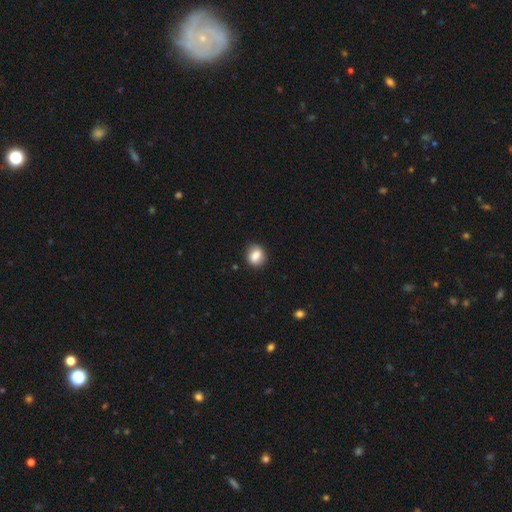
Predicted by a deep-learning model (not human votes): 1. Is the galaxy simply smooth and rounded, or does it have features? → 81% smooth, 11% featured or disk, 8% star or artifact.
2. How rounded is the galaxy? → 59% round, 40% in between, 1% cigar-shaped.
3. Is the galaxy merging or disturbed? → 83% none, 13% minor disturbance, 3% major disturbance, 1% merger.